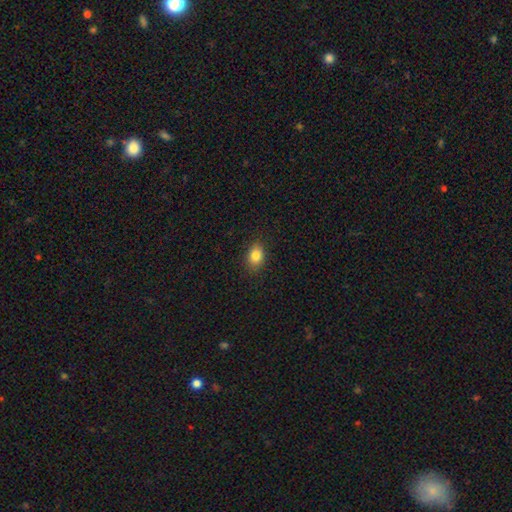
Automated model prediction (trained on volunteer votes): Morphology: type=smooth (84%); roundness=in between (79%); merging=none (88%).